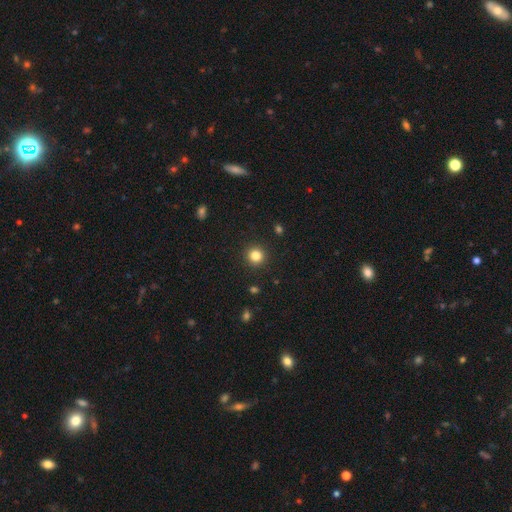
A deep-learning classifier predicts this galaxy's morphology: This appears to be a smooth galaxy with no disk features (83%) that is round (93%). Merging: none (92%).